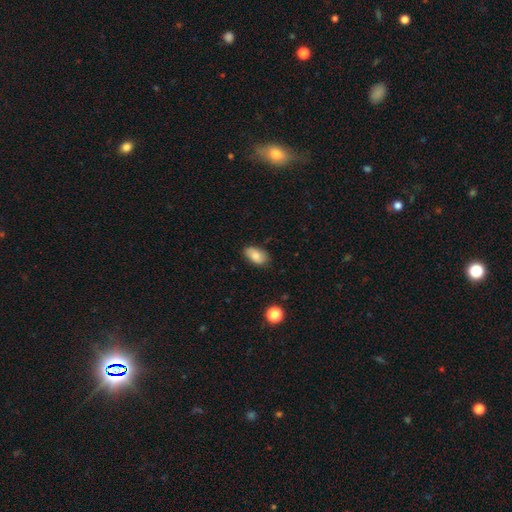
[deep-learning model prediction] Smooth or featured? Predicted: smooth (p=0.79). How rounded? Predicted: in between (p=0.93). Merging? Predicted: none (p=0.81).